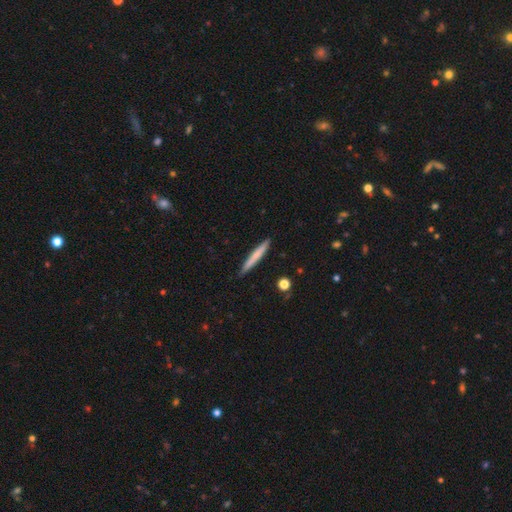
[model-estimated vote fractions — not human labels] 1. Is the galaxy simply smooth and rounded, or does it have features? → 68% smooth, 26% featured or disk, 6% star or artifact.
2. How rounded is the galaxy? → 96% cigar-shaped, 3% in between, 1% round.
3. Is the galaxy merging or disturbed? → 90% none, 7% minor disturbance, 1% merger, 1% major disturbance.